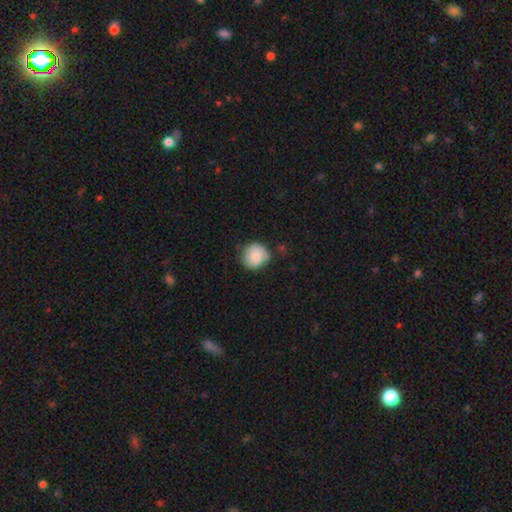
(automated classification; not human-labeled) Overall: smooth (81%). How rounded: round (86%). Merging: none (67%).